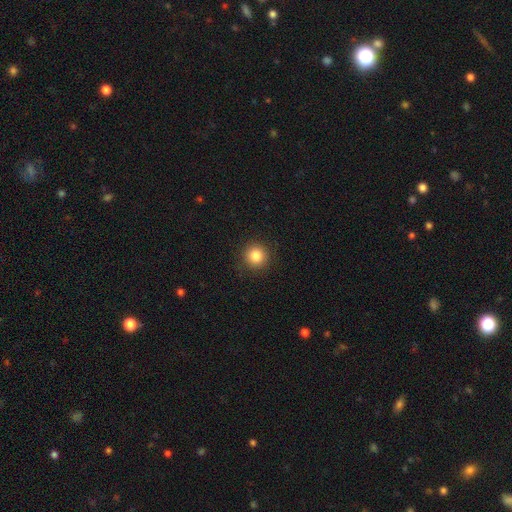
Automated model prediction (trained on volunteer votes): Smooth or featured: smooth — 85% (star or artifact — 10%)
How rounded: round — 94% (in between — 5%)
Merging: none — 90% (minor disturbance — 7%)